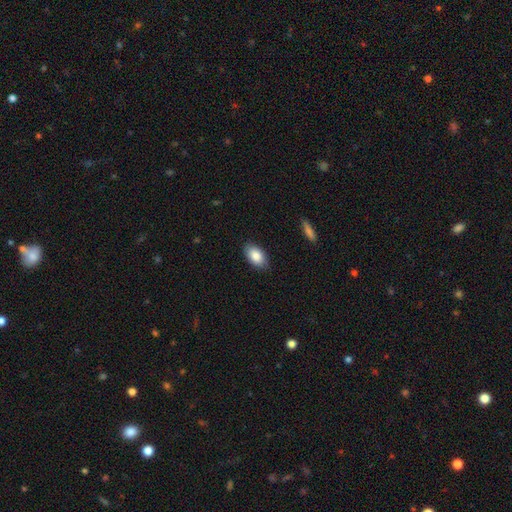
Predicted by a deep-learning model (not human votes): Morphology: type=smooth (86%); roundness=in between (93%); merging=none (86%).